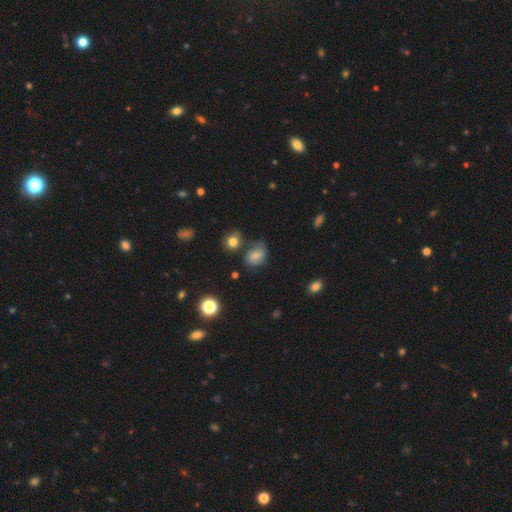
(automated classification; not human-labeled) Smooth or featured?
  - smooth: 53% *
  - featured or disk: 33%
  - star or artifact: 14%
How rounded?
  - in between: 61% *
  - round: 38%
  - cigar-shaped: 1%
Merging?
  - none: 58% *
  - minor disturbance: 23%
  - major disturbance: 10%
  - merger: 9%